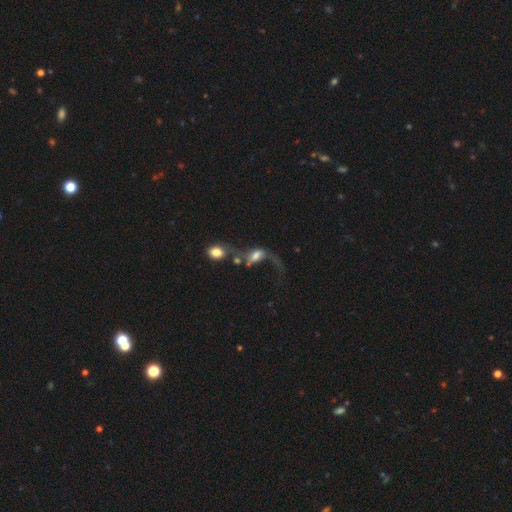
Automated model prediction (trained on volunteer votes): smooth-or-featured: featured or disk: 52% | smooth: 37% | star or artifact: 11%
  disk-edge-on: no: 87% | yes: 13%
  merging: merger: 42% | major disturbance: 31% | none: 17% | minor disturbance: 9%